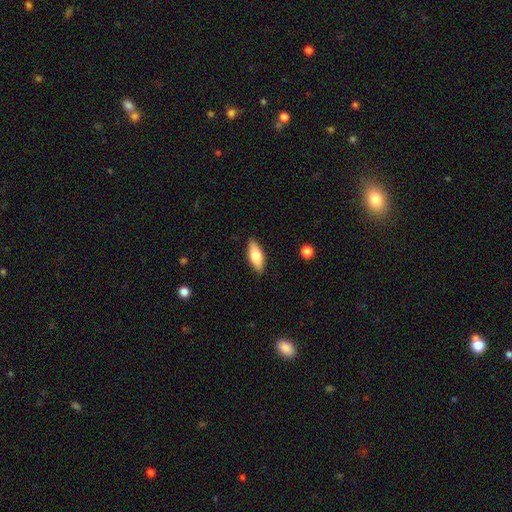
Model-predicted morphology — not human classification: smooth_or_featured: smooth (p=0.71) [alt: featured or disk p=0.23]
how_rounded: in between (p=0.70) [alt: cigar-shaped p=0.28]
merging: none (p=0.87) [alt: minor disturbance p=0.10]